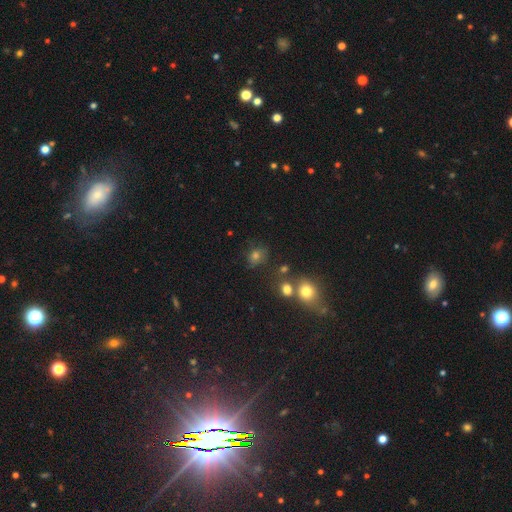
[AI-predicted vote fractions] The model was most divided on "how rounded": round: 60%, in between: 39%, cigar-shaped: 2%. More confident: merging — none (68%); smooth or featured — smooth (64%).